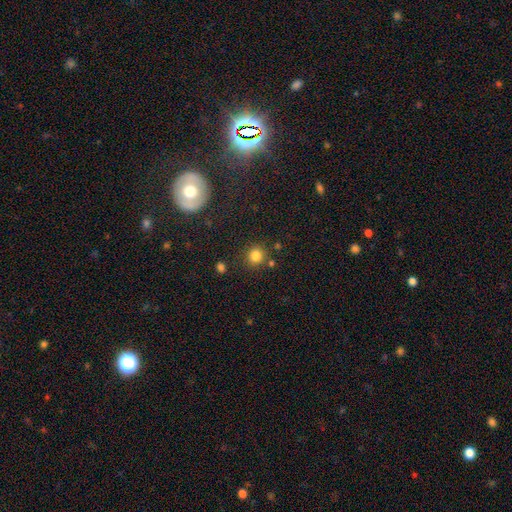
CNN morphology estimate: This appears to be a smooth galaxy with no disk features (82%) that is round (88%). Merging: none (80%).